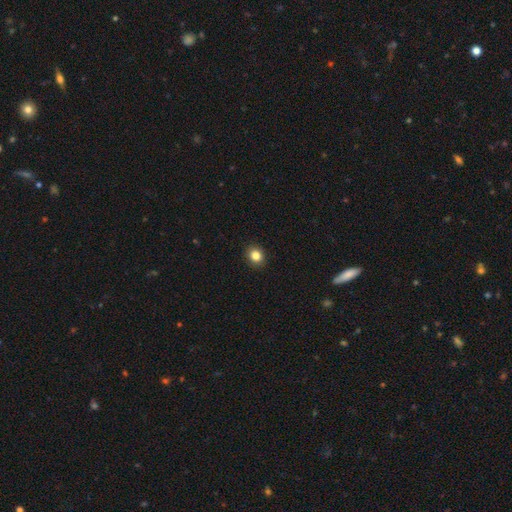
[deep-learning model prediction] Q: Smooth or featured?
A: smooth (84%); runner-up: star or artifact (11%)
Q: How rounded?
A: round (72%); runner-up: in between (27%)
Q: Merging?
A: none (91%); runner-up: minor disturbance (6%)